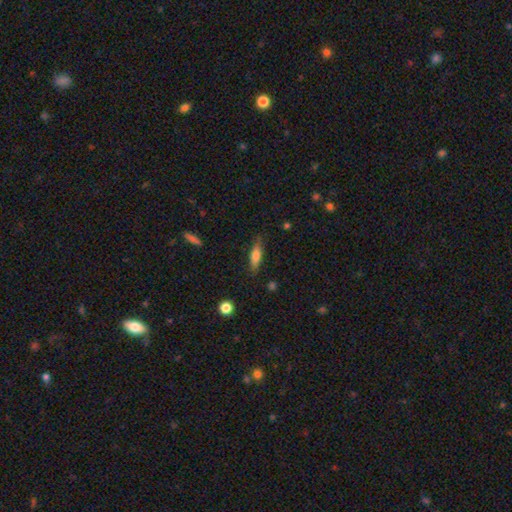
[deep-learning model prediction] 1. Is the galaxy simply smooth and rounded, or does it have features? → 69% smooth, 24% featured or disk, 7% star or artifact.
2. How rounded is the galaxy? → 60% cigar-shaped, 38% in between, 2% round.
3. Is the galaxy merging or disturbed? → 80% none, 15% minor disturbance, 3% major disturbance, 1% merger.